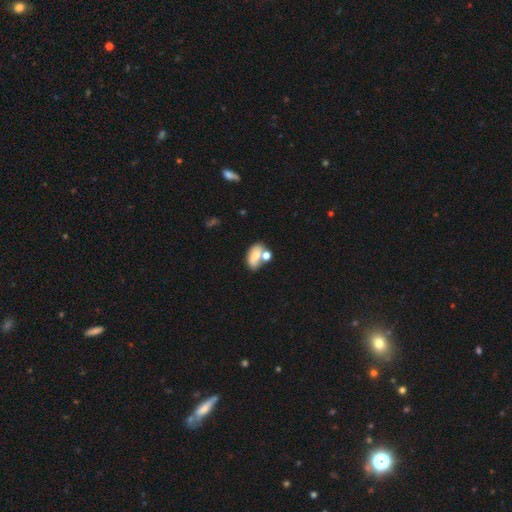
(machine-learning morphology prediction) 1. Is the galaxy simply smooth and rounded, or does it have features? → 67% smooth, 23% featured or disk, 10% star or artifact.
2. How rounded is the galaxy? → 85% in between, 12% round, 2% cigar-shaped.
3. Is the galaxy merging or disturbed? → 42% merger, 34% none, 16% minor disturbance, 9% major disturbance.